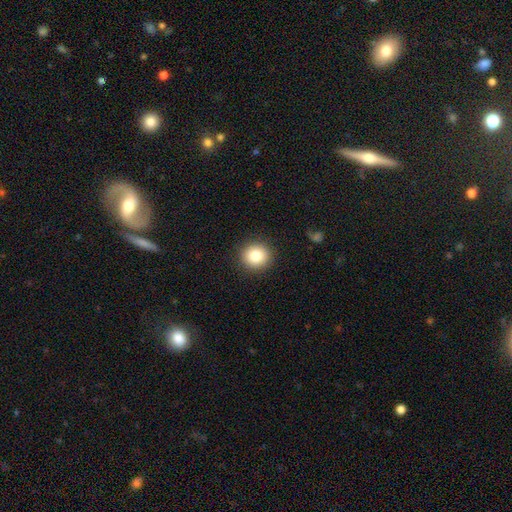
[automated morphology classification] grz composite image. It shows a smooth galaxy with no disk features (84%) that is round (90%). Merging: none (91%).